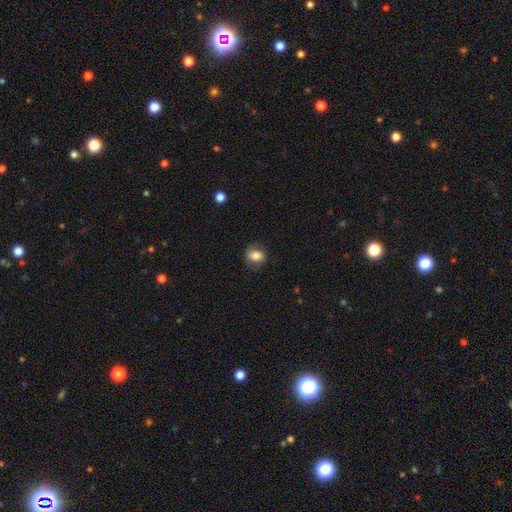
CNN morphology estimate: Smooth or featured? Predicted: smooth (p=0.79). How rounded? Predicted: in between (p=0.55). Merging? Predicted: none (p=0.80).